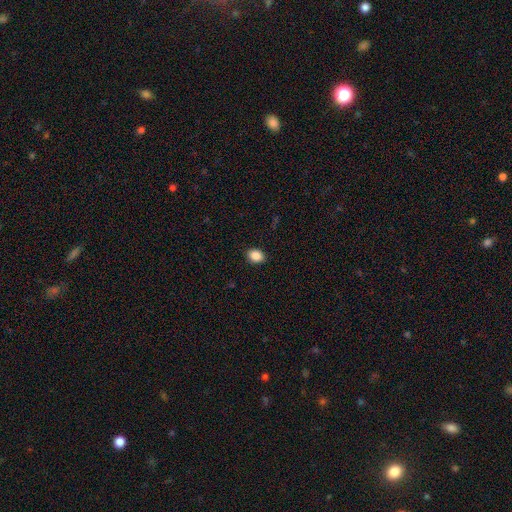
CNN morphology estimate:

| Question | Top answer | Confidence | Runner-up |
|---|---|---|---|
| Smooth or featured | smooth | 88% | star or artifact (9%) |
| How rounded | in between | 57% | round (42%) |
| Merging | none | 91% | minor disturbance (6%) |